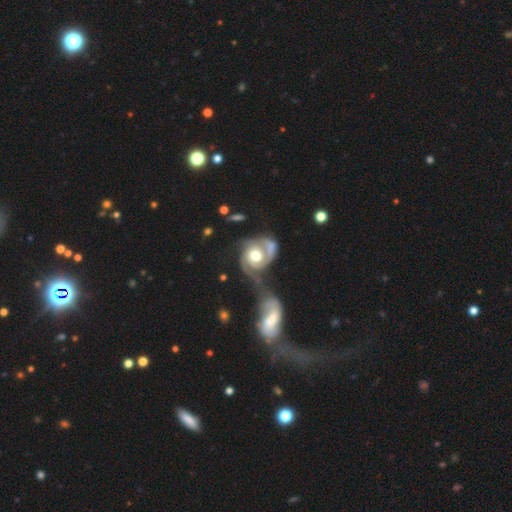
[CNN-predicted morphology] A featured or disk galaxy (84%) with no bar (72%), 2 (73%) tight (48%) spiral arms (92%) and a moderate central bulge (64%). Merging: merger (56%).